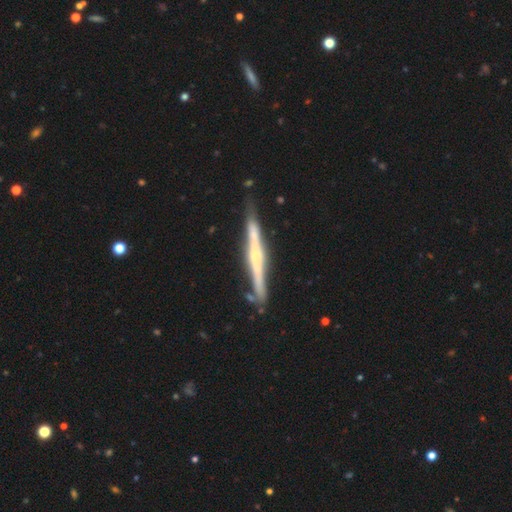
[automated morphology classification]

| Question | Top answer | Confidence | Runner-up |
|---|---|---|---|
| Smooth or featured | featured or disk | 75% | smooth (19%) |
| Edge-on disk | yes | 96% | no (4%) |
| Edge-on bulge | rounded | 49% | none (37%) |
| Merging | none | 79% | minor disturbance (15%) |